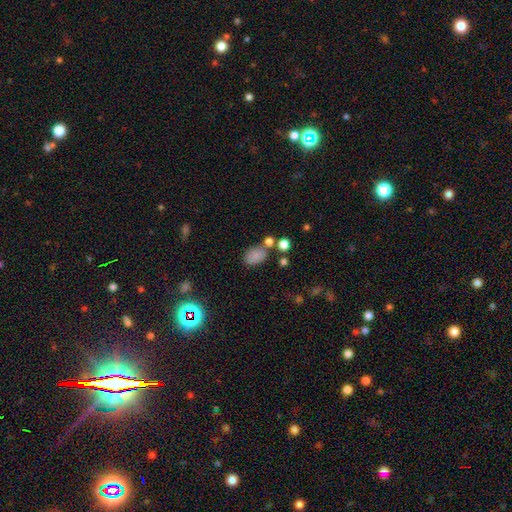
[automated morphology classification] This appears to be a smooth galaxy with no disk features (81%) that is in between round and cigar-shaped (86%). Merging: none (63%).